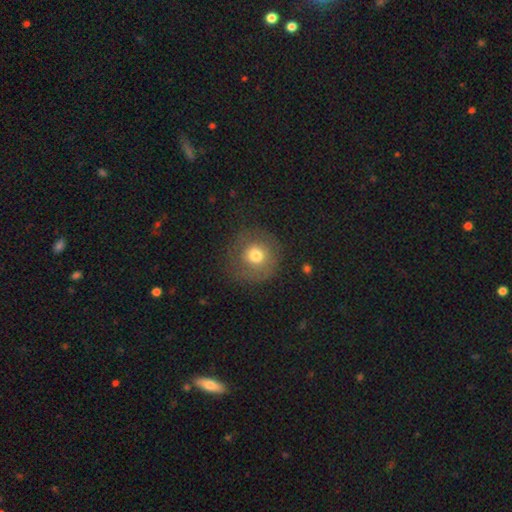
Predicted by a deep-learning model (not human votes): This is likely a smooth galaxy (65%). How rounded: clearly round (92%). Merging: likely none (75%).